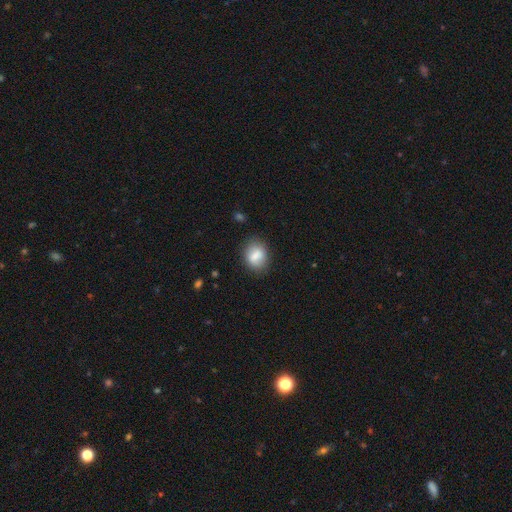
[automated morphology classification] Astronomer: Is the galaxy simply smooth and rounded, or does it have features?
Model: smooth — 80%.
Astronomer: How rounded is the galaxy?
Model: in between — 59% (runner-up: round, 39%).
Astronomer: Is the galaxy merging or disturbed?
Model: none — 76%.